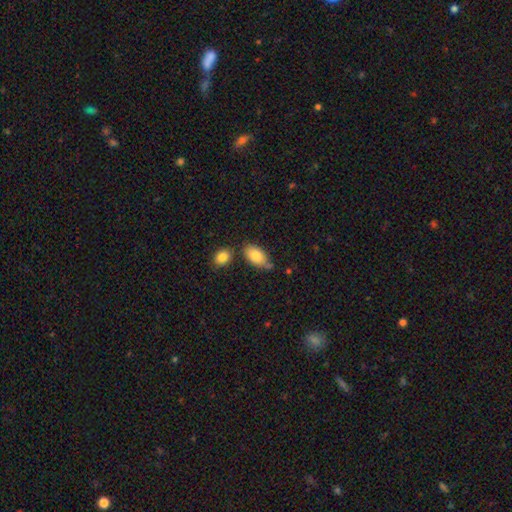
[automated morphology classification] Smooth or featured? smooth (84%)
How rounded? in between (93%)
Merging? none (61%)